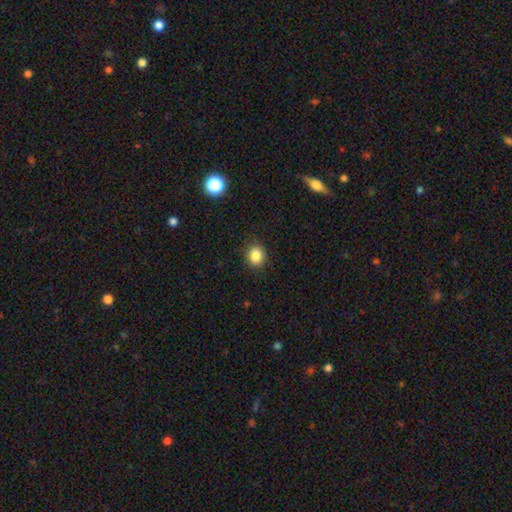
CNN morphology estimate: Smooth or featured? Predicted: smooth (p=0.85). How rounded? Predicted: round (p=0.73). Merging? Predicted: none (p=0.89).